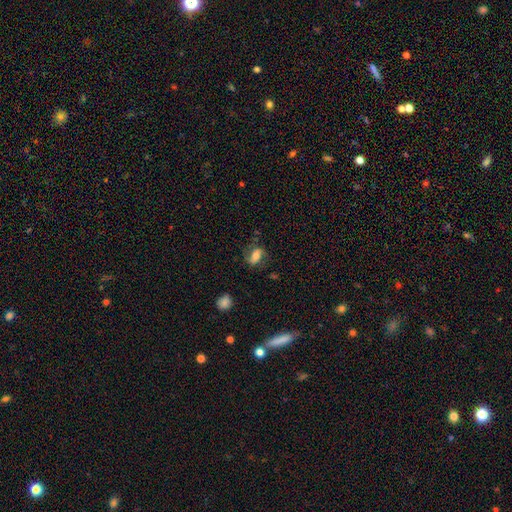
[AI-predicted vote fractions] The model was most divided on "smooth or featured": smooth: 52%, featured or disk: 39%, star or artifact: 9%. More confident: how rounded — in between (80%); merging — none (68%).